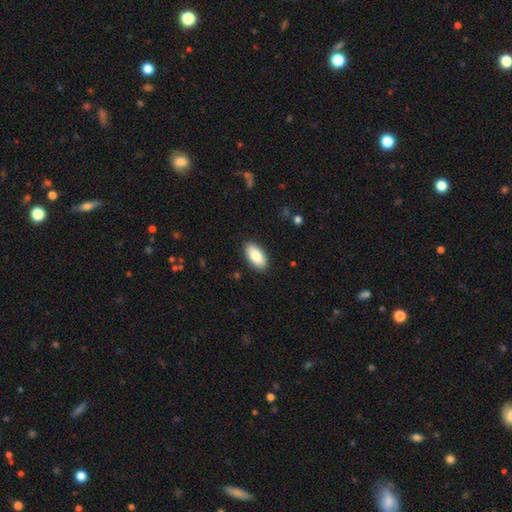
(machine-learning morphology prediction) Q: Smooth or featured?
A: smooth (85%); runner-up: featured or disk (9%)
Q: How rounded?
A: in between (92%); runner-up: cigar-shaped (6%)
Q: Merging?
A: none (89%); runner-up: minor disturbance (8%)